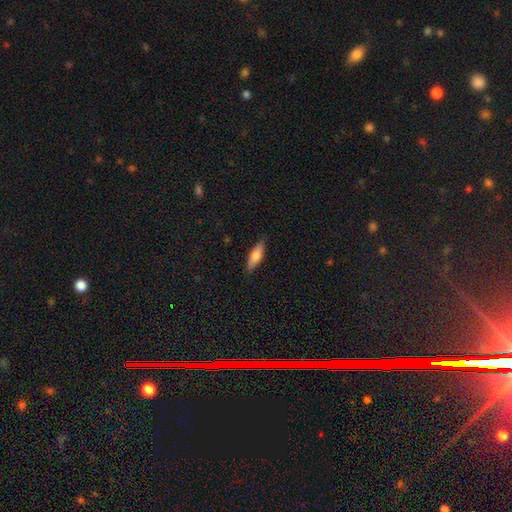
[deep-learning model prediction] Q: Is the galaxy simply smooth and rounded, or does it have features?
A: smooth — 73%.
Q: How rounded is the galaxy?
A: in between — 51%.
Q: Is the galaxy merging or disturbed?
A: none — 85%.